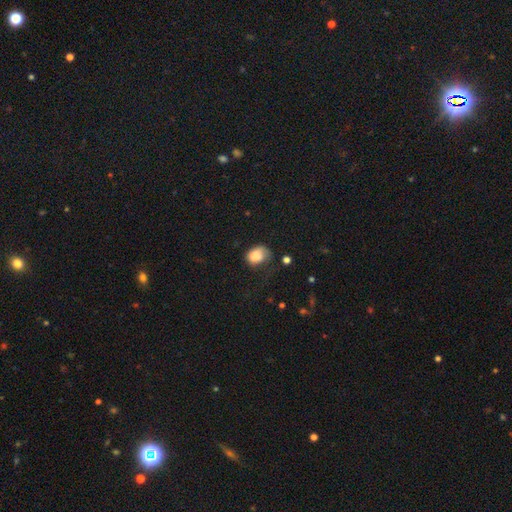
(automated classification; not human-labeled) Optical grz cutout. It shows a smooth galaxy with no disk features (82%) that is in between round and cigar-shaped (70%). Merging: none (36%).